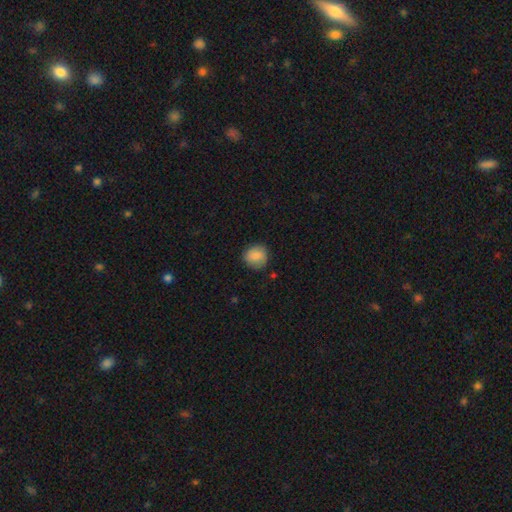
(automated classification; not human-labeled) smooth_or_featured: smooth (p=0.84) [alt: featured or disk p=0.08]
how_rounded: round (p=0.85) [alt: in between p=0.14]
merging: none (p=0.80) [alt: minor disturbance p=0.15]